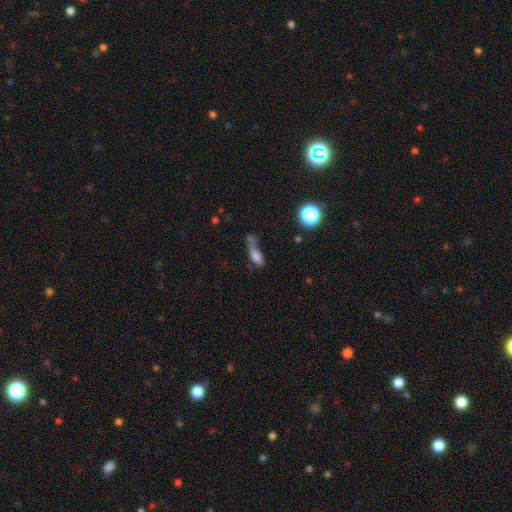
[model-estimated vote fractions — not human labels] Morphology: type=smooth (69%); roundness=in between (65%); merging=major disturbance (32%).